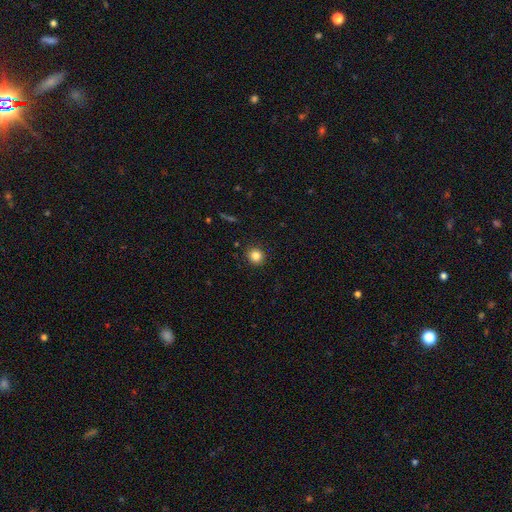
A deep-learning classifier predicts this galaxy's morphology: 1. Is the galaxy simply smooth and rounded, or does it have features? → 84% smooth, 11% star or artifact, 6% featured or disk.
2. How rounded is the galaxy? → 88% round, 11% in between, 1% cigar-shaped.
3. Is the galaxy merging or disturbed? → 90% none, 7% minor disturbance, 2% major disturbance, 1% merger.